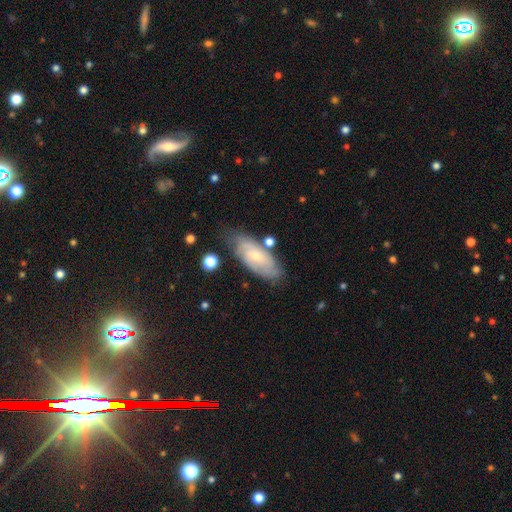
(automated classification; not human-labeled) A featured or disk galaxy (58%) with no bar (71%), spiral arms (83%) and a small central bulge (71%). Merging: none (68%).